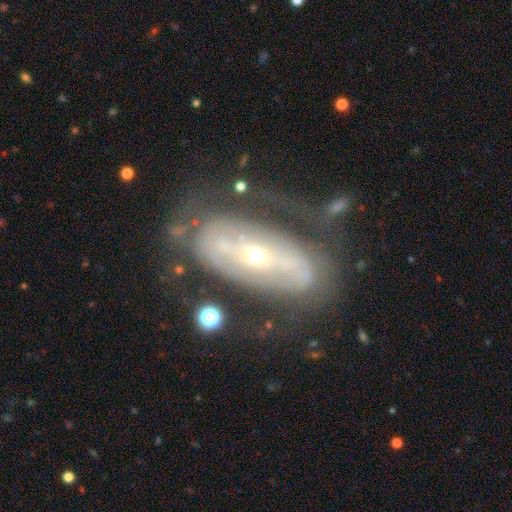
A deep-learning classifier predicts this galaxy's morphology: This is clearly a featured or disk galaxy (80%). It is clearly not viewed edge-on (90%). Bar: marginally strong (39%). Spiral arm pattern: likely yes (66%). Central bulge: likely small (63%). Merging: possibly none (57%).